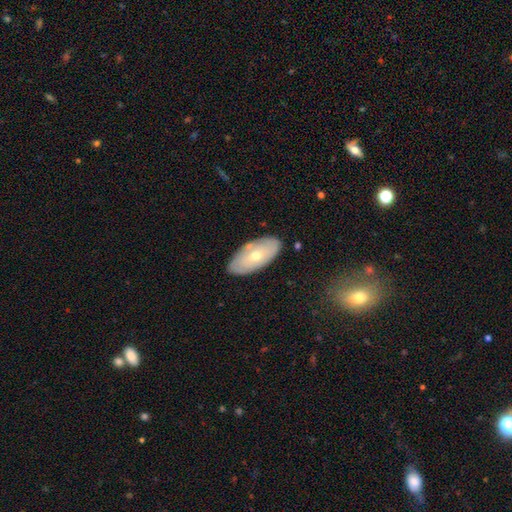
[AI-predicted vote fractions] This is possibly a smooth galaxy (50%). Merging: clearly none (82%).